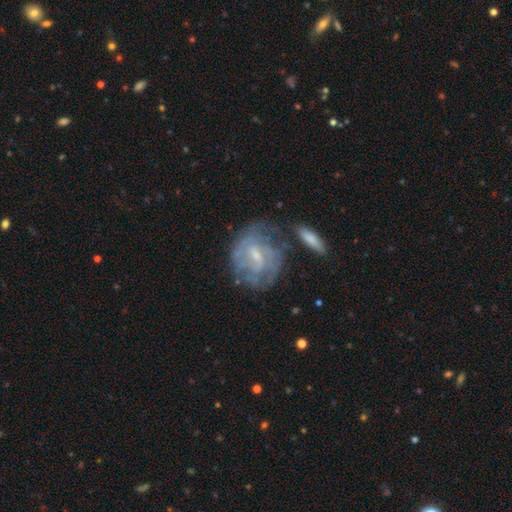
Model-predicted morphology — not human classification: A featured or disk galaxy (73%) with a weak bar (54%), tight (51%) spiral arms (73%) and a small central bulge (61%). Merging: none (52%).